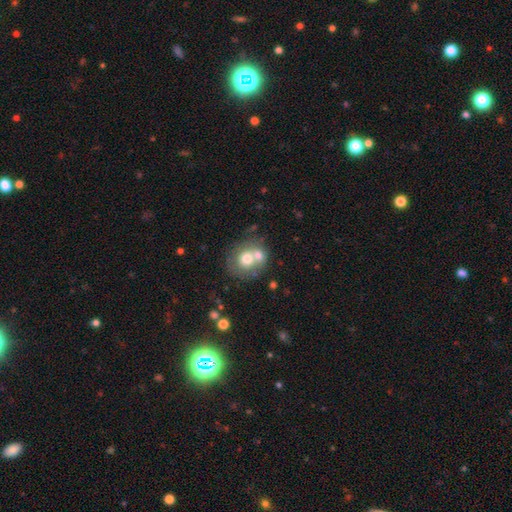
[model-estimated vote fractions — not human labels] A smooth galaxy with no disk features (61%) that is round (78%). Merging: merger (45%).